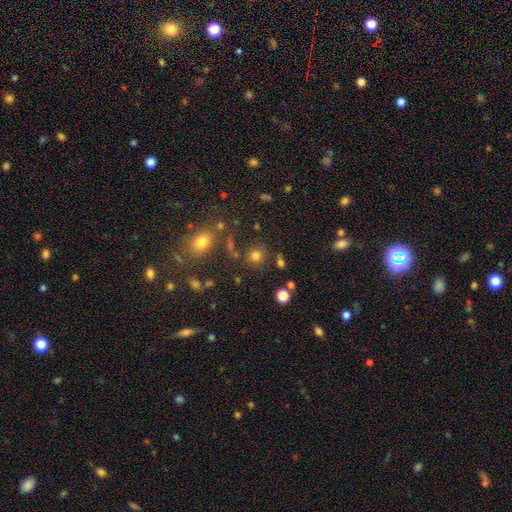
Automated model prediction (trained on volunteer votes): smooth 75%, star or artifact 19%, featured or disk 7%. Down the decision tree: how rounded — round (84%); merging — none (74%).